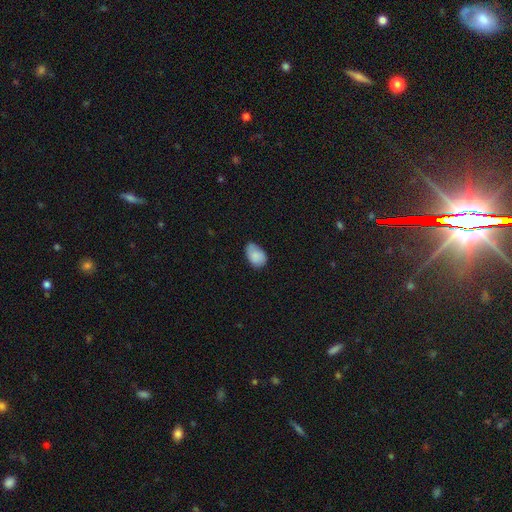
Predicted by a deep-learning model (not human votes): Overall: smooth (85%). How rounded: in between (86%). Merging: none (57%; minor disturbance 35%).